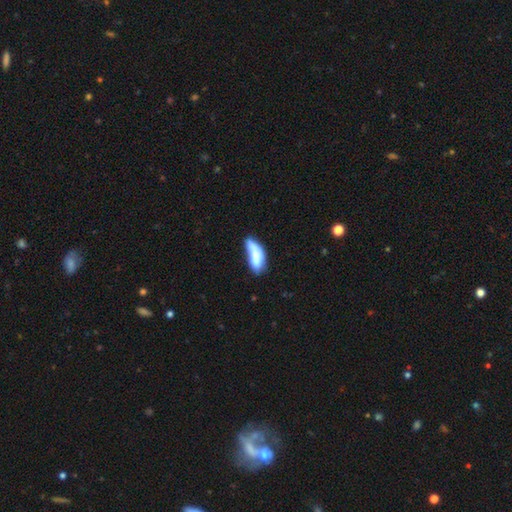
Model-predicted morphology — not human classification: Overall: smooth (69%). How rounded: in between (71%). Merging: none (28%; minor disturbance 27%).